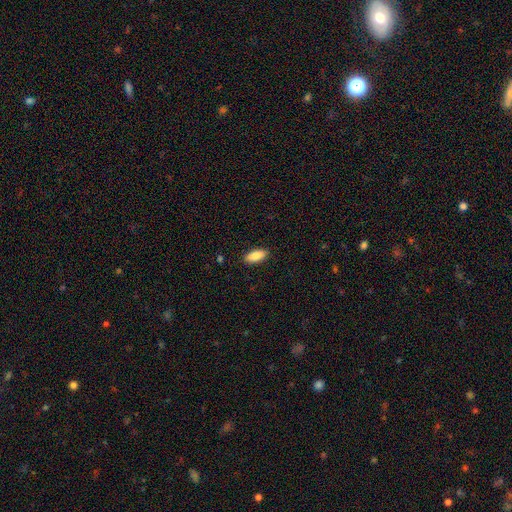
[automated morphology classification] smooth_or_featured: smooth (p=0.87) [alt: featured or disk p=0.07]
how_rounded: in between (p=0.85) [alt: cigar-shaped p=0.13]
merging: none (p=0.89) [alt: minor disturbance p=0.08]